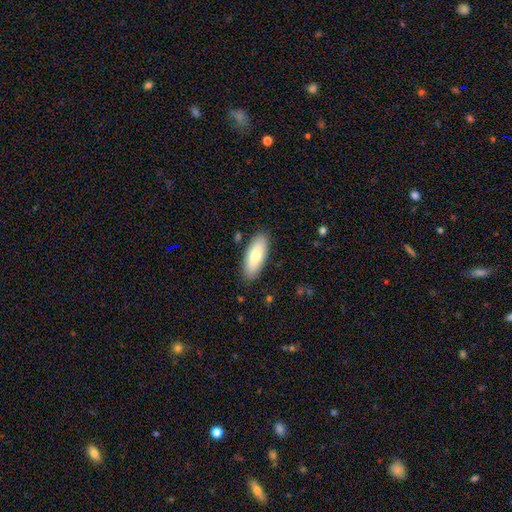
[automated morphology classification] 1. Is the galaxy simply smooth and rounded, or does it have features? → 71% smooth, 23% featured or disk, 6% star or artifact.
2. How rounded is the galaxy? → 76% in between, 22% cigar-shaped, 2% round.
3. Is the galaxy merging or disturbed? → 87% none, 9% minor disturbance, 2% major disturbance, 1% merger.